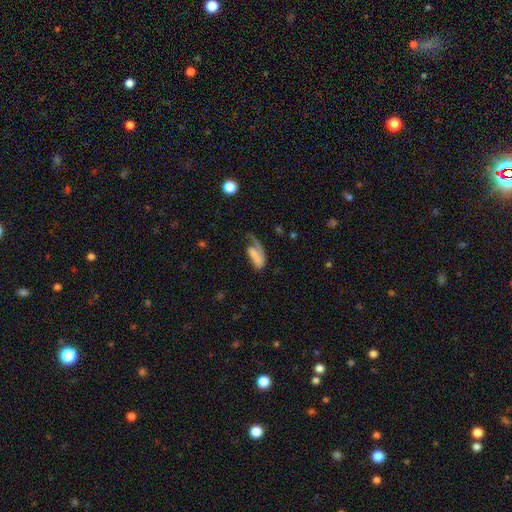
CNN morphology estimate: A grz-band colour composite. It shows a smooth galaxy with no disk features (48%). Merging: major disturbance (46%).